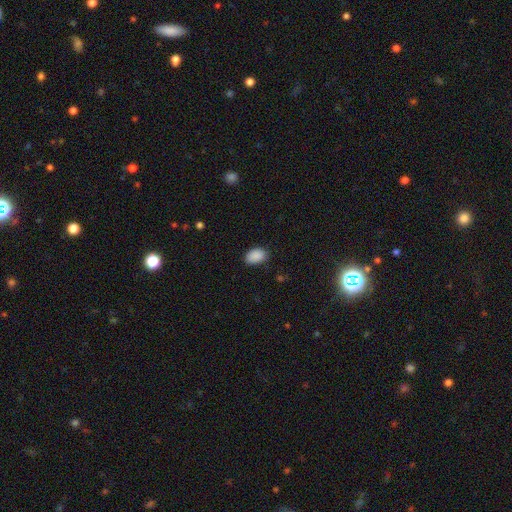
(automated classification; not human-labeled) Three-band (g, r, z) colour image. It shows a smooth galaxy with no disk features (89%) that is in between round and cigar-shaped (89%). Merging: none (84%).